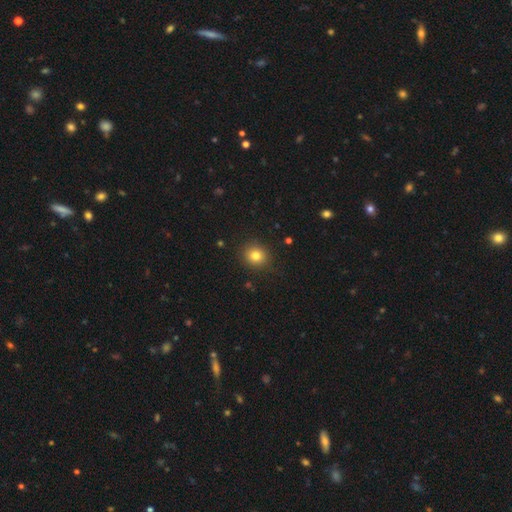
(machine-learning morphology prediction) This appears to be a smooth galaxy with no disk features (81%) that is round (84%). Merging: none (88%).